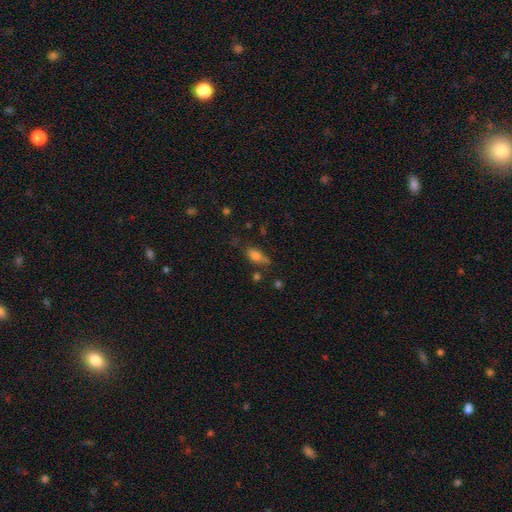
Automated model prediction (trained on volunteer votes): Smooth or featured?
  - smooth: 74% *
  - featured or disk: 16%
  - star or artifact: 11%
How rounded?
  - in between: 75% *
  - cigar-shaped: 19%
  - round: 5%
Merging?
  - none: 54% *
  - minor disturbance: 29%
  - major disturbance: 11%
  - merger: 6%